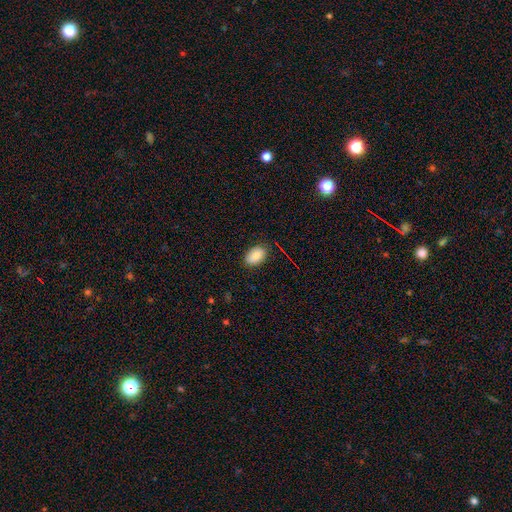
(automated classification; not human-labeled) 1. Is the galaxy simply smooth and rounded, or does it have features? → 82% smooth, 10% featured or disk, 8% star or artifact.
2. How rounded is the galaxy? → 89% in between, 10% round, 1% cigar-shaped.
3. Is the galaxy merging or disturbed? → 81% none, 14% minor disturbance, 3% major disturbance, 1% merger.